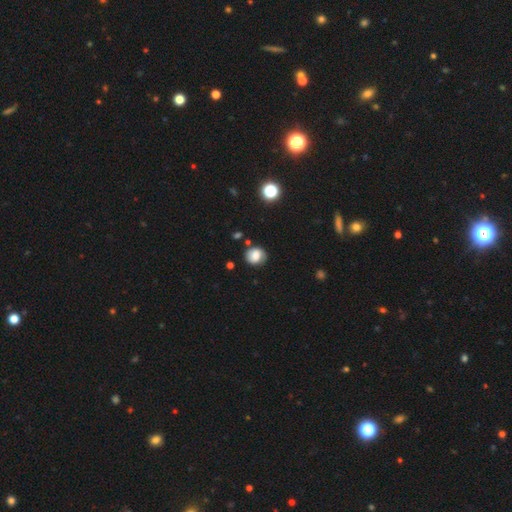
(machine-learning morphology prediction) Overall: smooth (72%). How rounded: round (77%). Merging: none (73%).